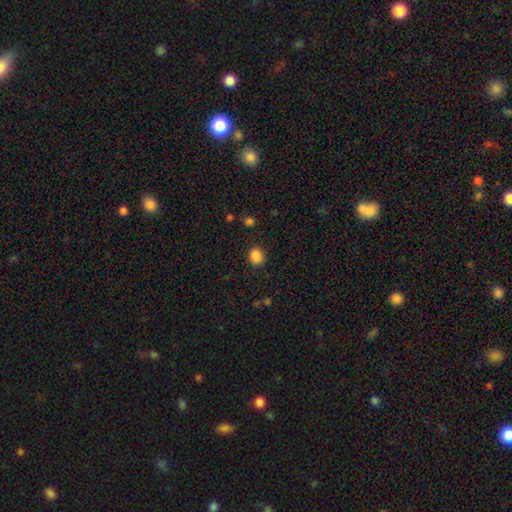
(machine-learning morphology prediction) smooth_or_featured: smooth (p=0.87) [alt: star or artifact p=0.10]
how_rounded: round (p=0.61) [alt: in between p=0.38]
merging: none (p=0.85) [alt: minor disturbance p=0.10]